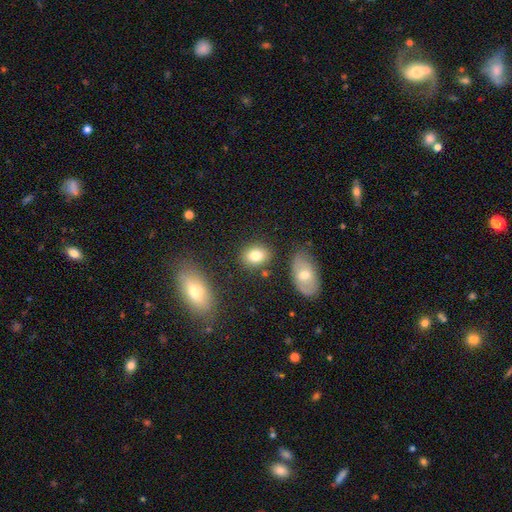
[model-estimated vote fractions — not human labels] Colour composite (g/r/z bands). It shows a smooth galaxy with no disk features (79%) that is in between round and cigar-shaped (61%). Merging: none (79%).